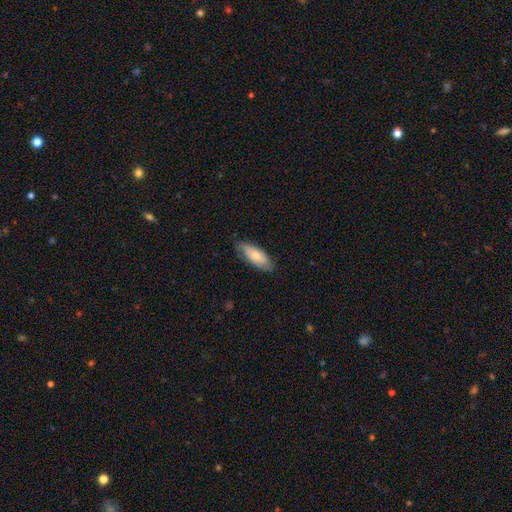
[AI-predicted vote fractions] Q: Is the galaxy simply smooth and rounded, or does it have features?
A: smooth — 68%.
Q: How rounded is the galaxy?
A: in between — 75%.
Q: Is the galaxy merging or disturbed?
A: none — 76%.